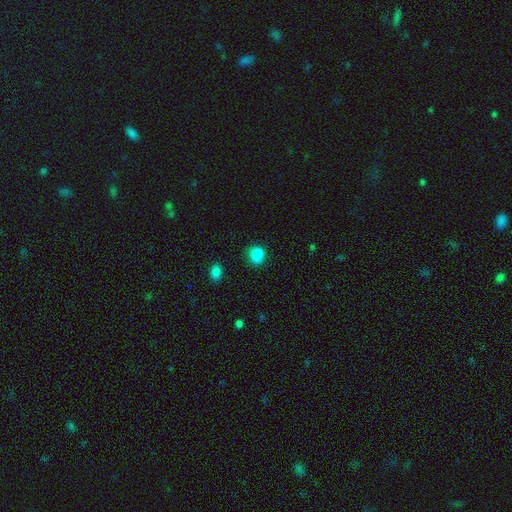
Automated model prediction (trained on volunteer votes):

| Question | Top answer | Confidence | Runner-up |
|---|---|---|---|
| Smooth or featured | smooth | 84% | star or artifact (11%) |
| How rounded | round | 55% | in between (43%) |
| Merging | none | 66% | minor disturbance (23%) |